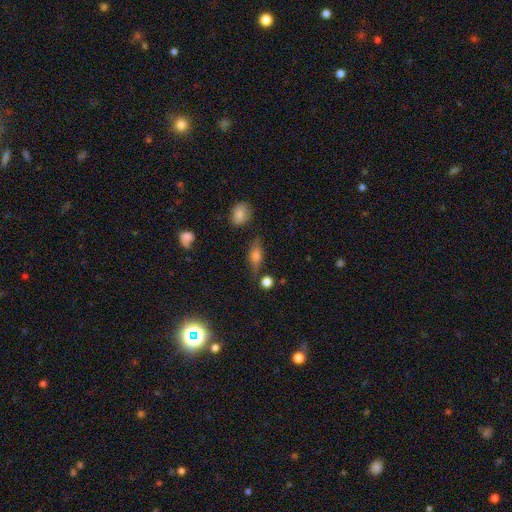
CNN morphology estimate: This appears to be a smooth galaxy with no disk features (57%) that is in between round and cigar-shaped (65%). Merging: none (72%).